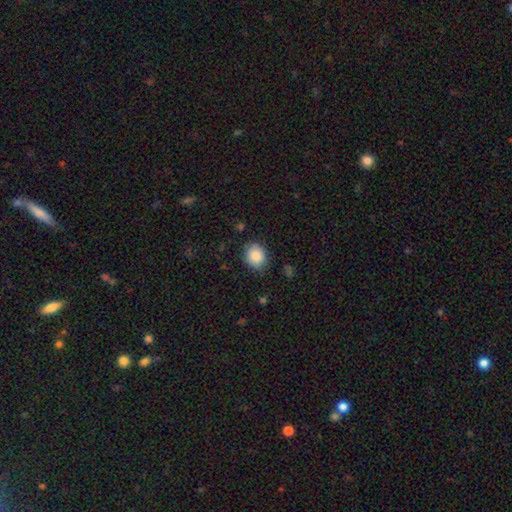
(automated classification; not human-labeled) A smooth galaxy with no disk features (87%) that is round (64%).

Vote fractions:
- Smooth or featured? smooth: 87% / star or artifact: 8% / featured or disk: 5%
- How rounded? round: 64% / in between: 35% / cigar-shaped: 1%
- Merging? none: 84% / minor disturbance: 12% / major disturbance: 3% / merger: 1%